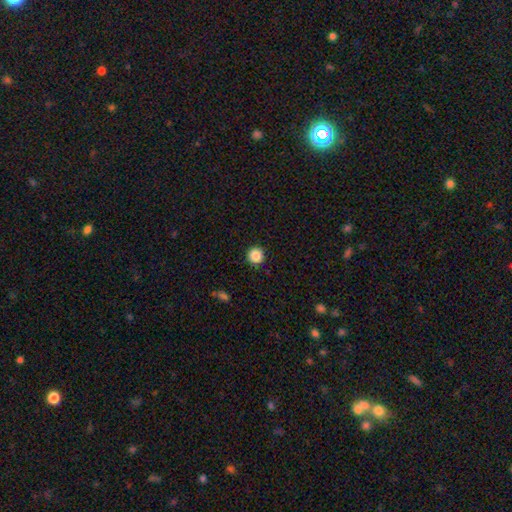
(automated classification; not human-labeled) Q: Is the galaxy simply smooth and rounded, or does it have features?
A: smooth — 87%.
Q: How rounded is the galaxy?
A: round — 95%.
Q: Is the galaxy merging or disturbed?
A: none — 91%.